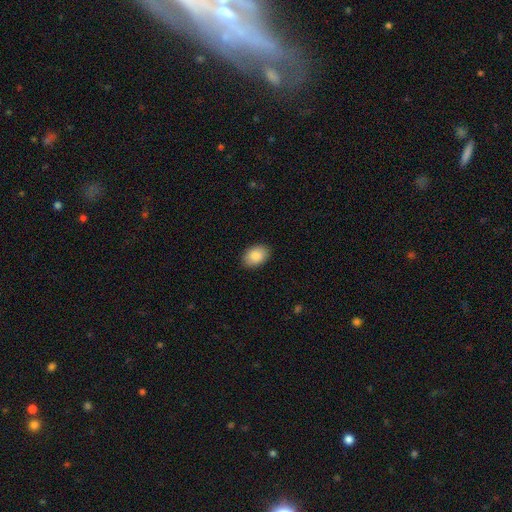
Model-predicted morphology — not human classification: smooth 88%, star or artifact 7%, featured or disk 5%. Down the decision tree: how rounded — in between (85%); merging — none (89%).